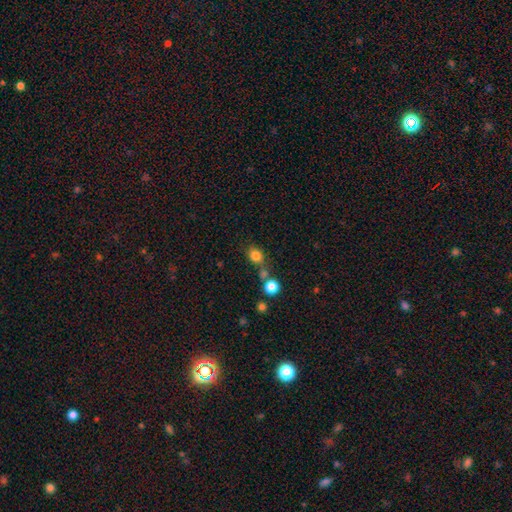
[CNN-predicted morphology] smooth_or_featured: smooth (p=0.81) [alt: star or artifact p=0.13]
how_rounded: round (p=0.70) [alt: in between p=0.29]
merging: none (p=0.61) [alt: merger p=0.20]